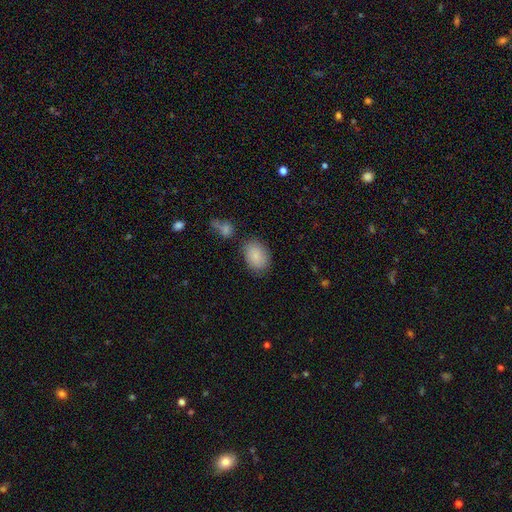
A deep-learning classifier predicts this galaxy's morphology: This is clearly a smooth galaxy (86%). How rounded: likely in between (80%). Merging: likely none (76%).